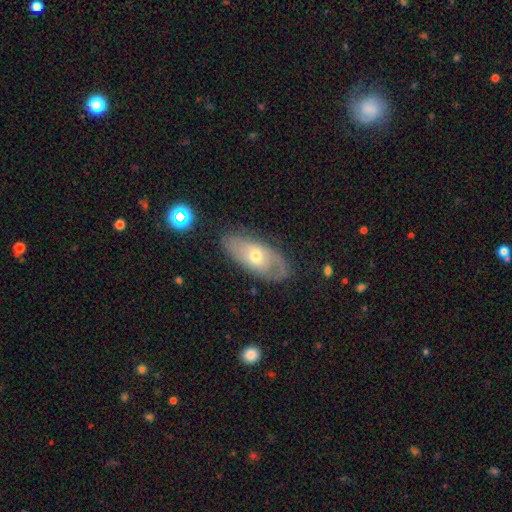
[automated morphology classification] A featured or disk galaxy (50%).

Vote fractions:
- Smooth or featured? featured or disk: 50% / smooth: 43% / star or artifact: 7%
- Edge-on disk? no: 84% / yes: 16%
- Merging? none: 75% / minor disturbance: 18% / major disturbance: 6% / merger: 2%